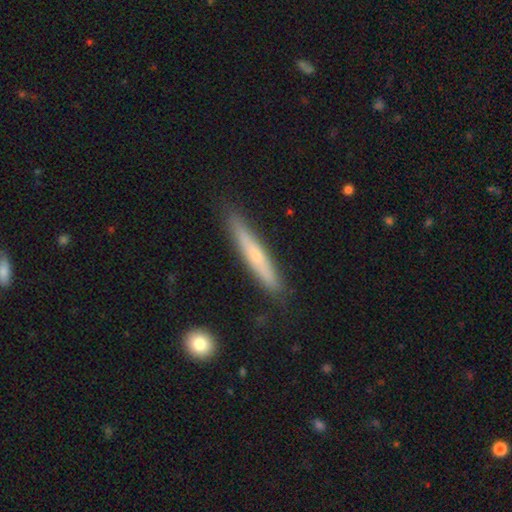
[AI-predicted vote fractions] Overall: smooth (48%; featured or disk 46%). Merging: none (86%).